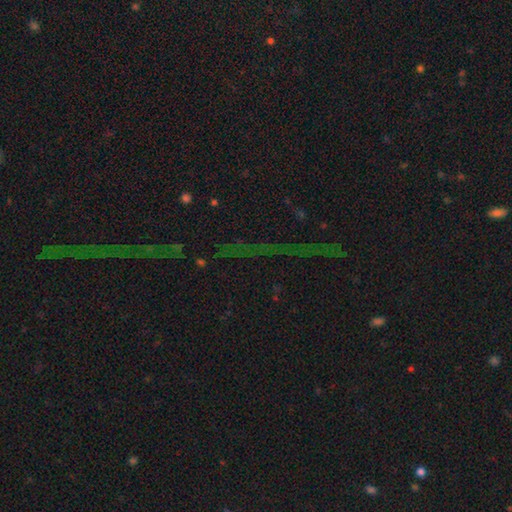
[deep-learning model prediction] Q: Smooth or featured?
A: star or artifact (78%); runner-up: featured or disk (12%)